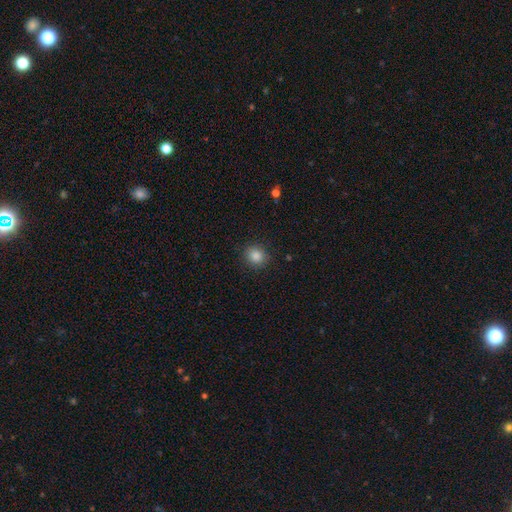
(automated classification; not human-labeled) This is clearly a smooth galaxy (85%). How rounded: clearly round (83%). Merging: clearly none (90%).